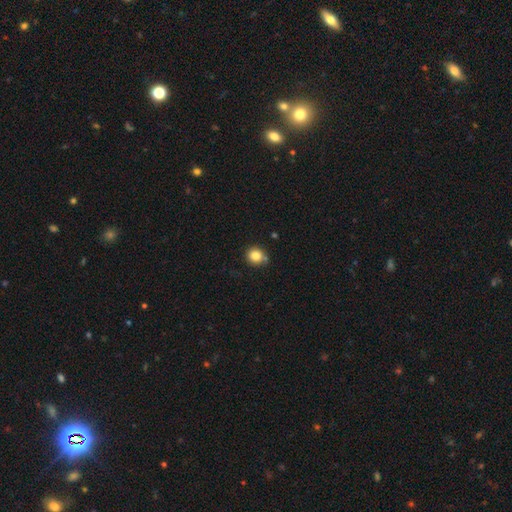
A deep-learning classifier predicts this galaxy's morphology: smooth-or-featured: smooth: 84% | star or artifact: 11% | featured or disk: 6%
  how-rounded: round: 89% | in between: 10% | cigar-shaped: 1%
  merging: none: 75% | minor disturbance: 15% | merger: 7% | major disturbance: 3%